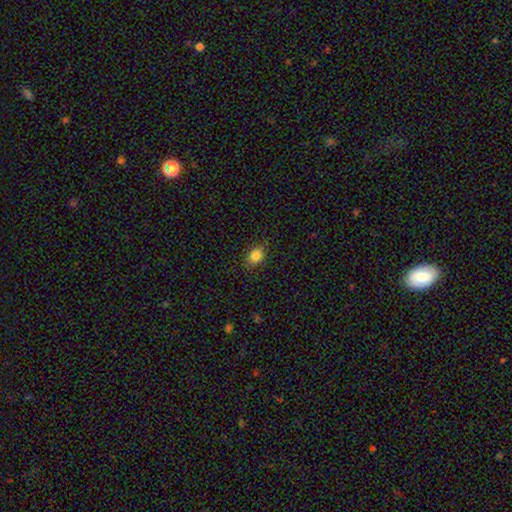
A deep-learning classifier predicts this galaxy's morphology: Smooth or featured? Predicted: smooth (p=0.84). How rounded? Predicted: in between (p=0.64). Merging? Predicted: none (p=0.85).